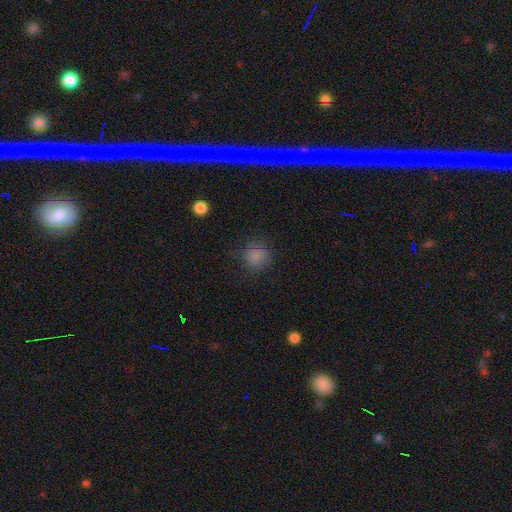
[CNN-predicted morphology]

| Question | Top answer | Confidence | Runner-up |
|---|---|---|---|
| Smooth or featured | smooth | 80% | star or artifact (13%) |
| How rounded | round | 87% | in between (12%) |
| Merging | none | 77% | minor disturbance (15%) |